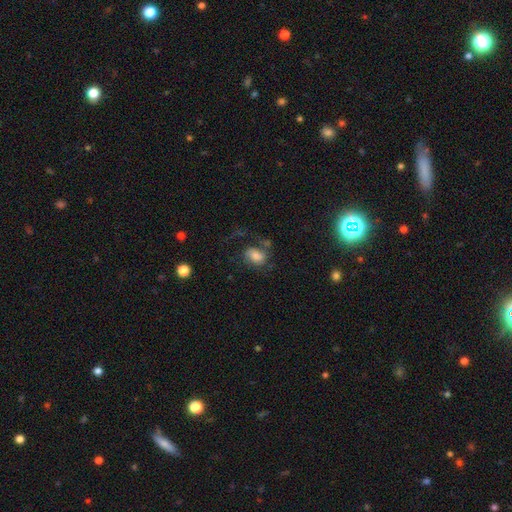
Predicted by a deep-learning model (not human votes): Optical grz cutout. It shows a smooth galaxy with no disk features (61%) that is in between round and cigar-shaped (72%). Merging: none (41%).